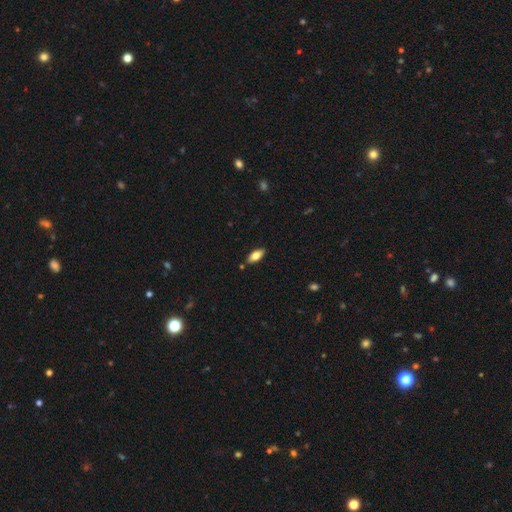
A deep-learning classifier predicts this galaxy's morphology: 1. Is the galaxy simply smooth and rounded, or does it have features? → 69% smooth, 25% featured or disk, 7% star or artifact.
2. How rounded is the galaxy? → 82% in between, 15% cigar-shaped, 2% round.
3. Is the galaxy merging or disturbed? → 86% none, 10% minor disturbance, 2% merger, 2% major disturbance.